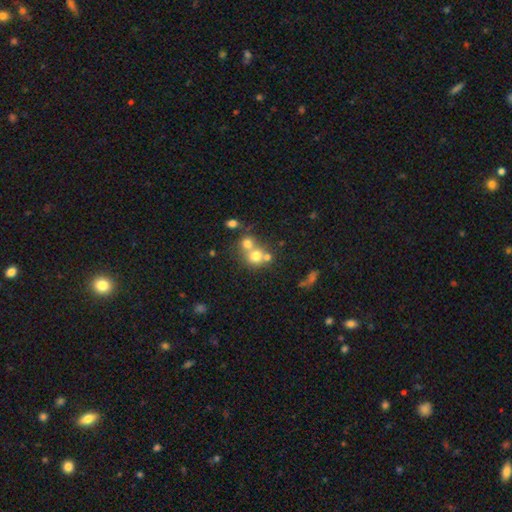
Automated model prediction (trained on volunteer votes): A smooth galaxy with no disk features (68%) that is round (82%). Merging: merger (52%).